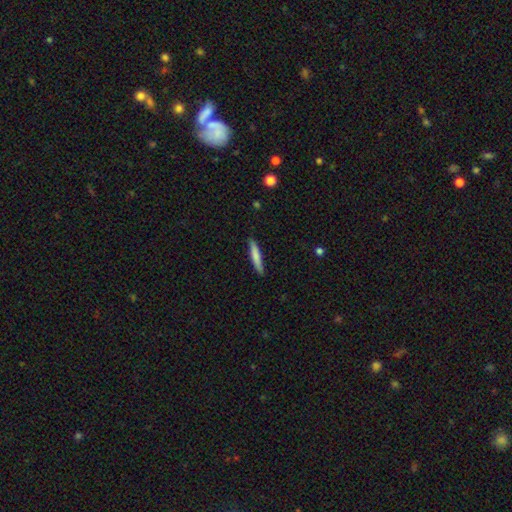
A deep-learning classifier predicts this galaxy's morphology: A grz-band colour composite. It shows a smooth galaxy with no disk features (74%) that is cigar-shaped (92%). Merging: none (86%).